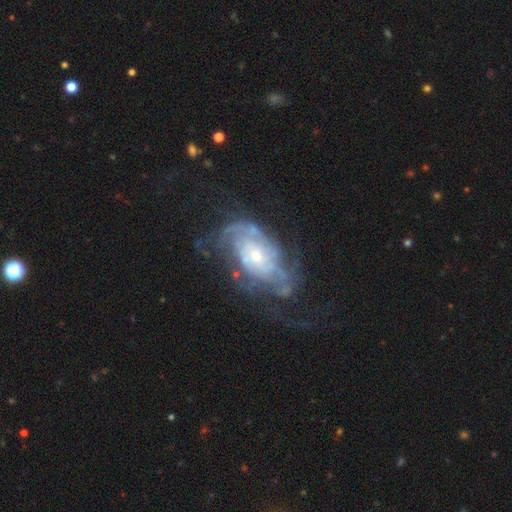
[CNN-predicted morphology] Smooth or featured? featured or disk (82%)
Edge-on disk? no (95%)
Bar? no (74%)
Spiral arms? yes (88%)
Spiral winding? tight (53%)
Spiral arm count? can't tell (45%)
Bulge size? small (59%)
Merging? none (52%)